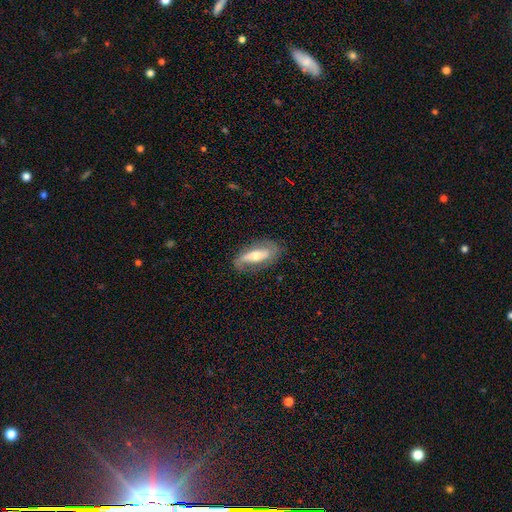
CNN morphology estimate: Overall: featured or disk (66%; smooth 27%). Edge-on disk: no (80%). Bar: strong (39%; no 33%). Spiral arms: yes (76%). Bulge size: moderate (64%; small 28%). Merging: none (72%).